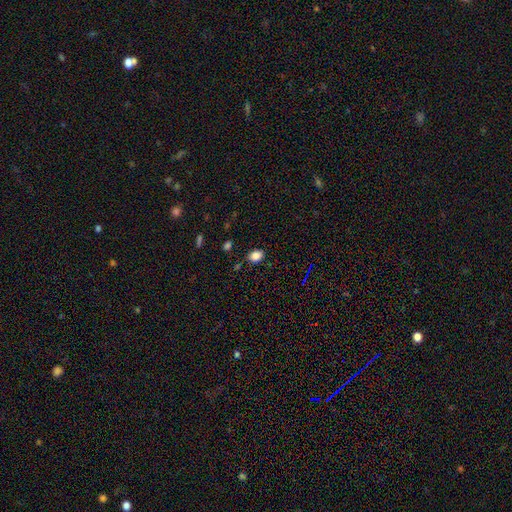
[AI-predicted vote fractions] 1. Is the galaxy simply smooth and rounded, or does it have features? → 84% smooth, 11% star or artifact, 5% featured or disk.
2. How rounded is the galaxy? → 64% in between, 35% round, 1% cigar-shaped.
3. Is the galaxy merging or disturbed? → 83% none, 12% minor disturbance, 3% major disturbance, 2% merger.